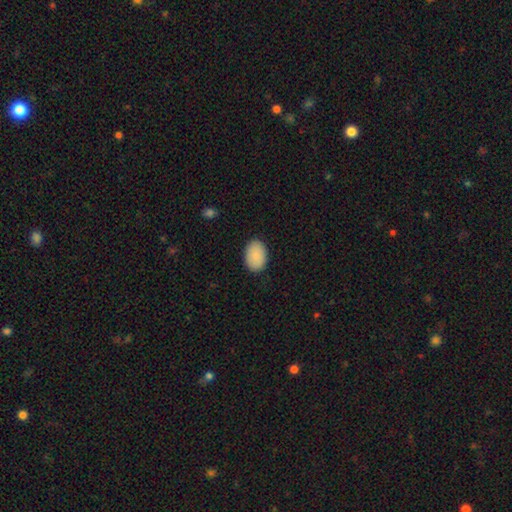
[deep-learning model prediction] Smooth or featured? smooth (87%)
How rounded? in between (86%)
Merging? none (88%)